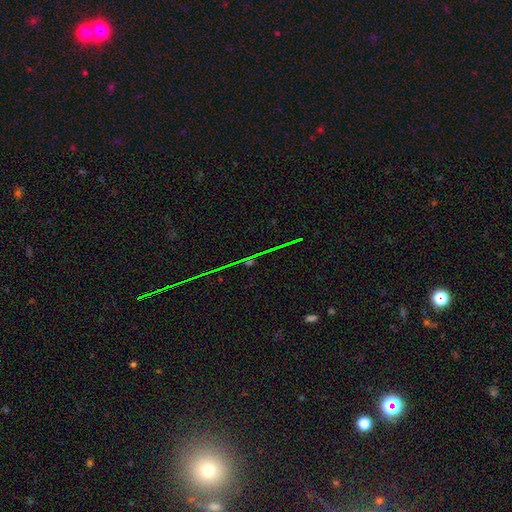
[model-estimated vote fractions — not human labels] Overall: star or artifact (78%).